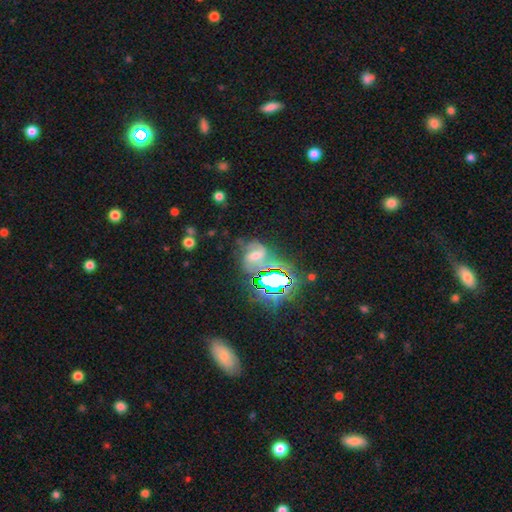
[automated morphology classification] Smooth or featured? featured or disk (49%)
Merging? none (52%)